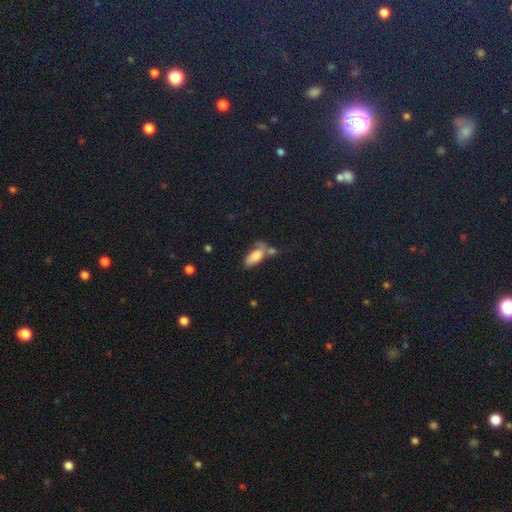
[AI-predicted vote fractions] Q: Smooth or featured?
A: smooth (73%); runner-up: featured or disk (17%)
Q: How rounded?
A: in between (89%); runner-up: cigar-shaped (8%)
Q: Merging?
A: merger (36%); runner-up: none (31%)